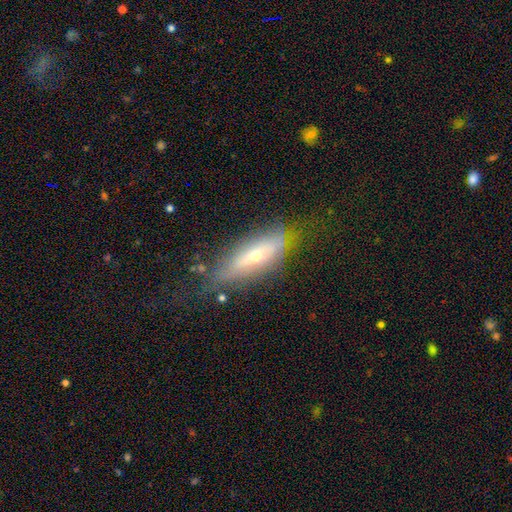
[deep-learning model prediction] smooth_or_featured: featured or disk (p=0.55) [alt: smooth p=0.36]
disk_edge_on: yes (p=0.55) [alt: no p=0.45]
merging: none (p=0.59) [alt: minor disturbance p=0.26]